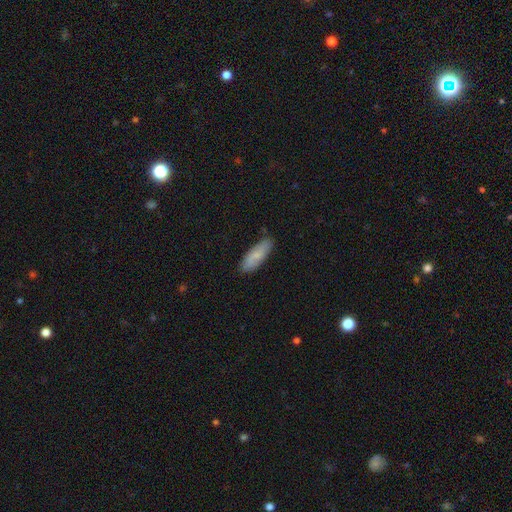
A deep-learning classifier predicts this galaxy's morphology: The model was most divided on "how rounded": in between: 59%, cigar-shaped: 39%, round: 2%. More confident: merging — none (81%); smooth or featured — smooth (73%).